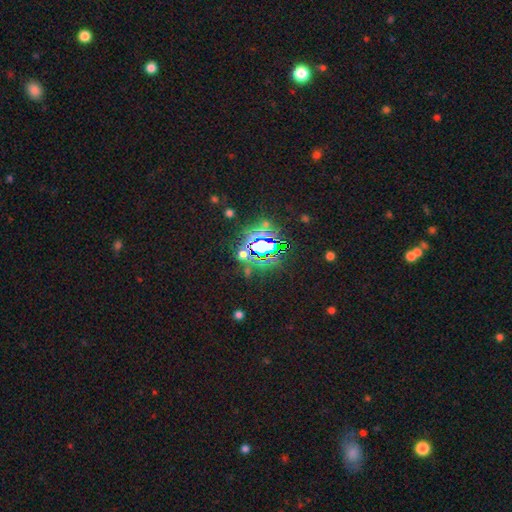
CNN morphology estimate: Q: Smooth or featured?
A: star or artifact (82%); runner-up: smooth (10%)